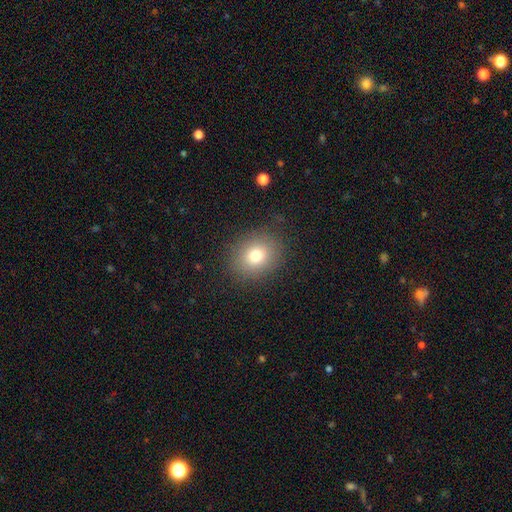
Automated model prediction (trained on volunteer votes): A smooth galaxy with no disk features (77%) that is round (59%).

Vote fractions:
- Smooth or featured? smooth: 77% / star or artifact: 12% / featured or disk: 11%
- How rounded? round: 59% / in between: 40% / cigar-shaped: 1%
- Merging? none: 84% / minor disturbance: 11% / major disturbance: 4% / merger: 1%